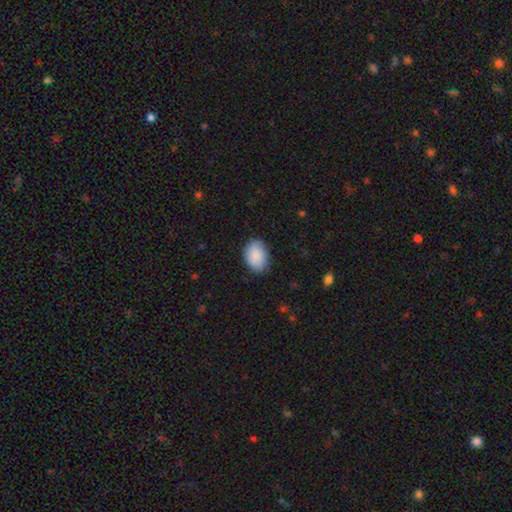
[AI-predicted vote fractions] Smooth or featured: smooth — 90% (star or artifact — 6%)
How rounded: in between — 87% (round — 12%)
Merging: none — 83% (minor disturbance — 13%)